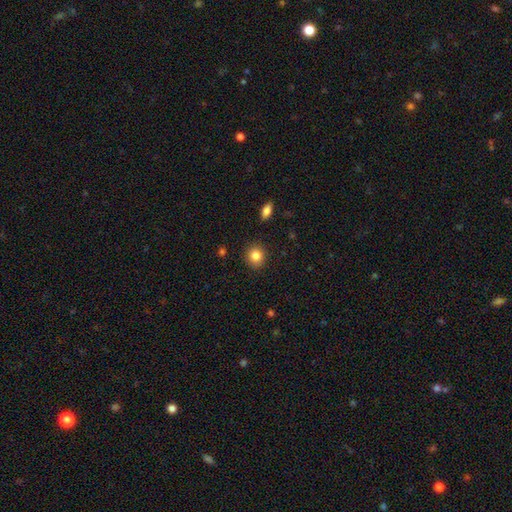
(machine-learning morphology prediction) Q: Smooth or featured?
A: smooth (85%); runner-up: star or artifact (9%)
Q: How rounded?
A: round (84%); runner-up: in between (15%)
Q: Merging?
A: none (90%); runner-up: minor disturbance (7%)